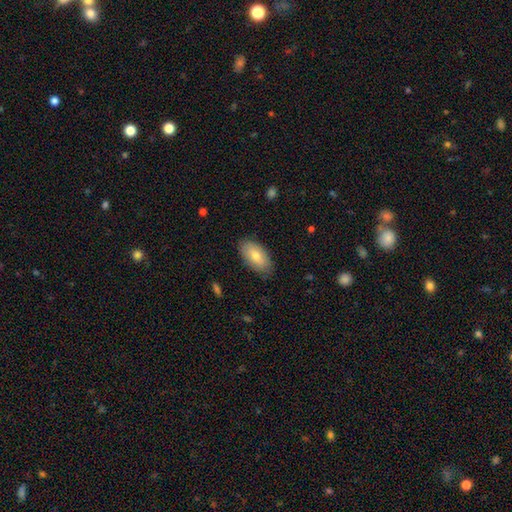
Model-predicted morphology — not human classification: smooth 72%, featured or disk 21%, star or artifact 7%. Down the decision tree: how rounded — in between (94%); merging — none (83%).